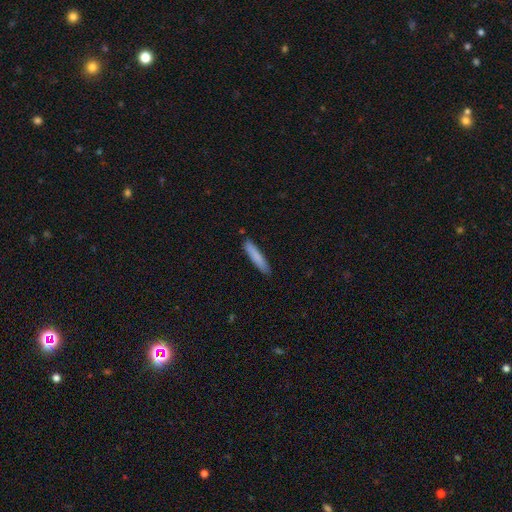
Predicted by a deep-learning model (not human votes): Smooth or featured? smooth (83%)
How rounded? cigar-shaped (90%)
Merging? none (87%)